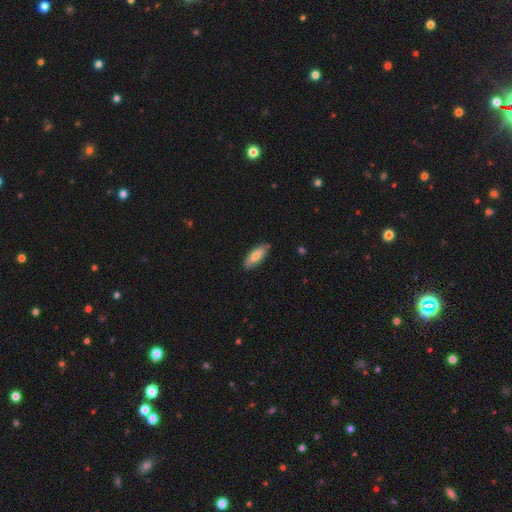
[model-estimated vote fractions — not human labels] smooth-or-featured: smooth: 75% | featured or disk: 20% | star or artifact: 6%
  how-rounded: in between: 69% | cigar-shaped: 29% | round: 2%
  merging: none: 85% | minor disturbance: 12% | major disturbance: 2% | merger: 1%